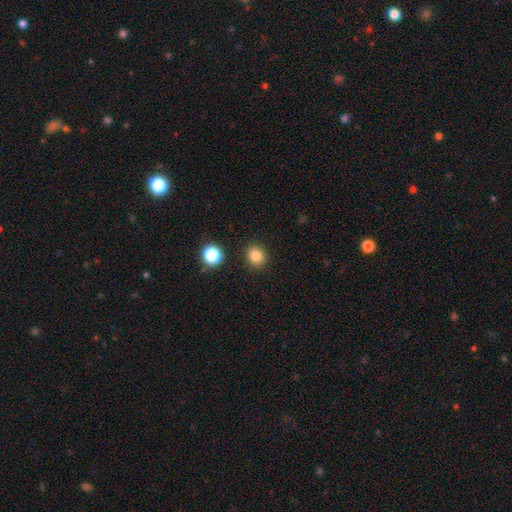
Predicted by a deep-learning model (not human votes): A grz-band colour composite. It shows a smooth galaxy with no disk features (82%) that is round (79%). Merging: none (89%).